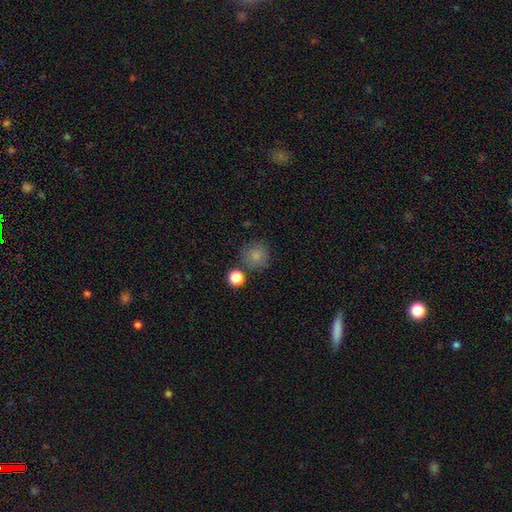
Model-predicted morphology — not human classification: Smooth or featured: smooth — 83% (star or artifact — 11%)
How rounded: round — 92% (in between — 7%)
Merging: none — 78% (minor disturbance — 11%)